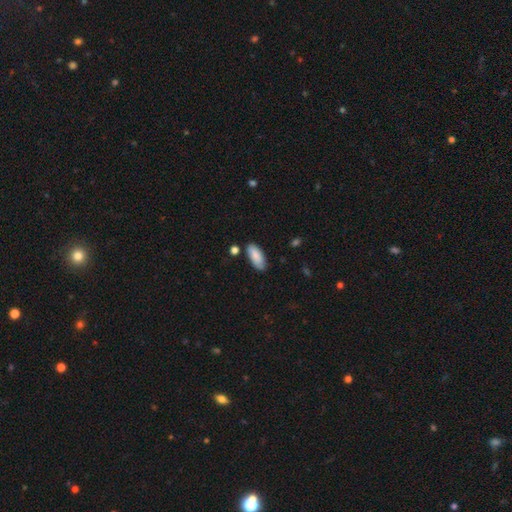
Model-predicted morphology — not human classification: This is clearly a smooth galaxy (85%). How rounded: clearly in between (88%). Merging: likely none (78%).